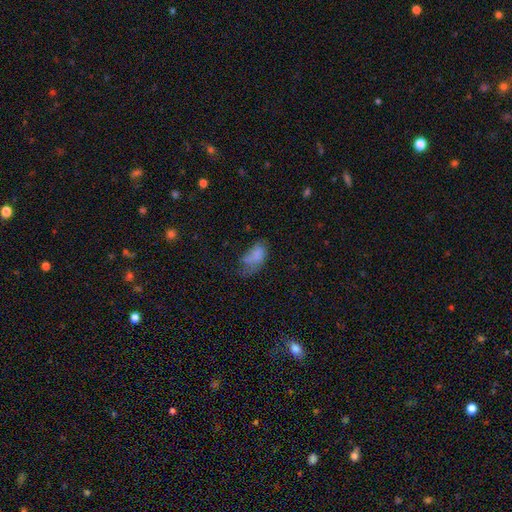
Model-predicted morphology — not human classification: Smooth or featured: smooth — 70% (featured or disk — 19%)
How rounded: in between — 92% (round — 6%)
Merging: major disturbance — 43% (minor disturbance — 28%)